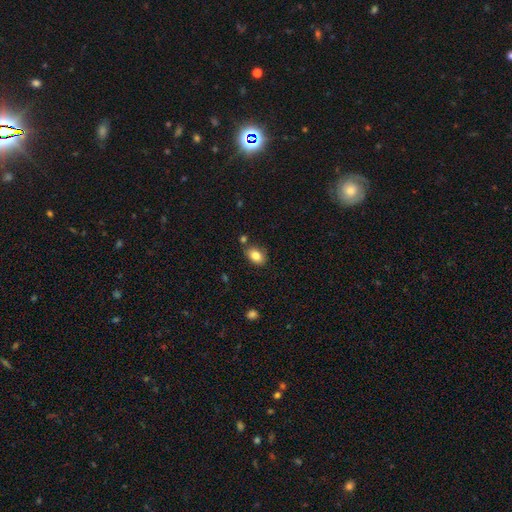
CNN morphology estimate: Smooth or featured?
  - smooth: 84% *
  - star or artifact: 8%
  - featured or disk: 8%
How rounded?
  - in between: 81% *
  - round: 18%
  - cigar-shaped: 1%
Merging?
  - none: 75% *
  - minor disturbance: 15%
  - merger: 7%
  - major disturbance: 3%